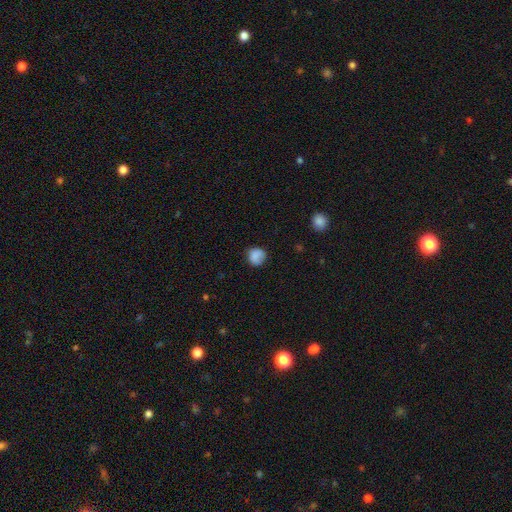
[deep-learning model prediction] A smooth galaxy with no disk features (84%) that is round (86%).

Vote fractions:
- Smooth or featured? smooth: 84% / star or artifact: 9% / featured or disk: 8%
- How rounded? round: 86% / in between: 13% / cigar-shaped: 1%
- Merging? none: 74% / minor disturbance: 19% / major disturbance: 5% / merger: 2%